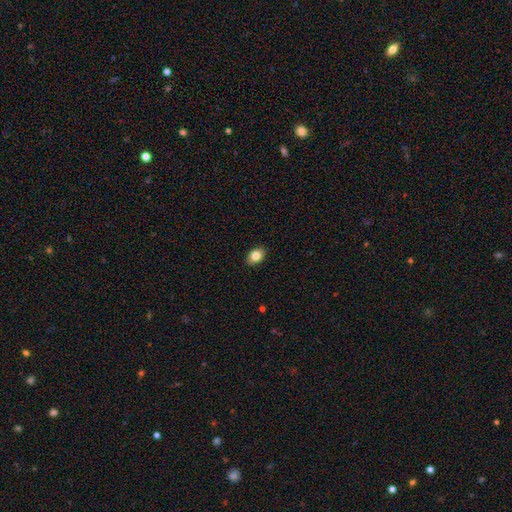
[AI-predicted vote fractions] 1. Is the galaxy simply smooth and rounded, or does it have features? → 84% smooth, 8% featured or disk, 8% star or artifact.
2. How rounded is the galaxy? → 82% in between, 17% round, 1% cigar-shaped.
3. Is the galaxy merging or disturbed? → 89% none, 8% minor disturbance, 2% major disturbance, 1% merger.